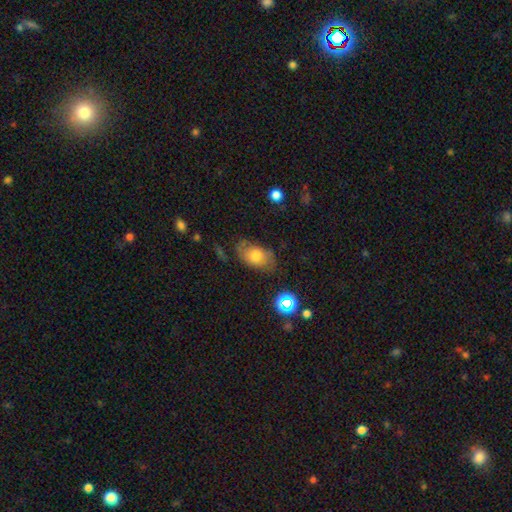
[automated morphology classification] A smooth galaxy with no disk features (65%) that is in between round and cigar-shaped (87%). Merging: none (59%).